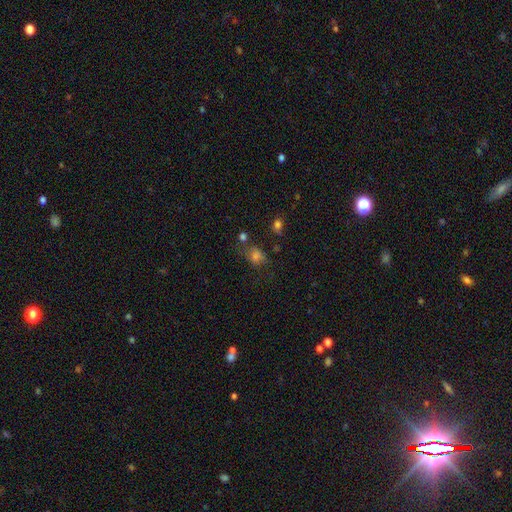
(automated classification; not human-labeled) This appears to be a smooth galaxy with no disk features (61%) that is in between round and cigar-shaped (49%, tied with round). Merging: none (55%).